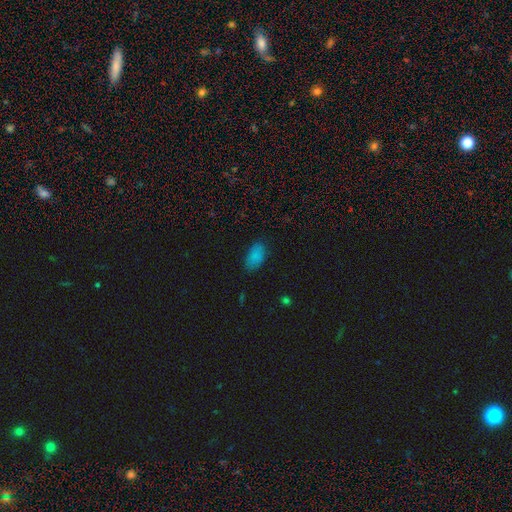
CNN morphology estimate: Smooth or featured: smooth — 84% (star or artifact — 11%)
How rounded: in between — 93% (round — 4%)
Merging: none — 80% (minor disturbance — 15%)